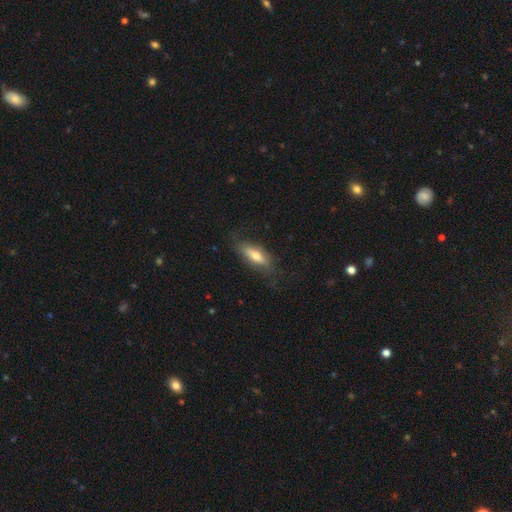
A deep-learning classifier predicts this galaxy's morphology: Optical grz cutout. It shows a smooth galaxy with no disk features (57%) that is in between round and cigar-shaped (51%). Merging: none (69%).